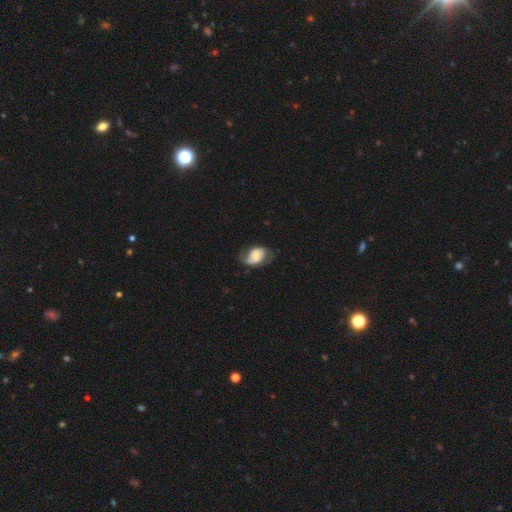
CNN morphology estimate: Smooth or featured?
  - featured or disk: 51% *
  - smooth: 41%
  - star or artifact: 8%
Edge-on disk?
  - no: 96% *
  - yes: 4%
Merging?
  - none: 59% *
  - minor disturbance: 26%
  - major disturbance: 14%
  - merger: 2%